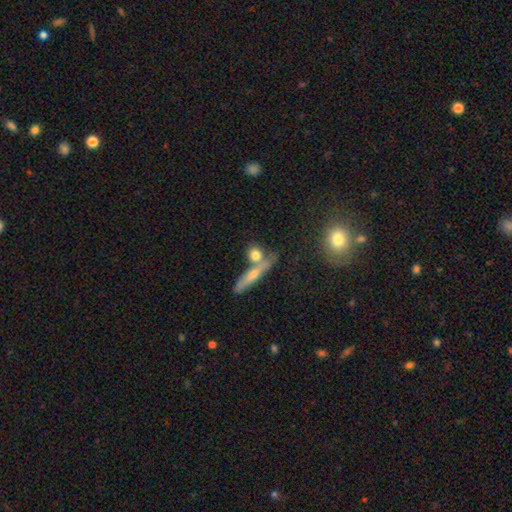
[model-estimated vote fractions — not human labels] The model was most divided on "merging": none: 55%, merger: 30%, minor disturbance: 10%, major disturbance: 5%. More confident: smooth or featured — smooth (68%); how rounded — round (57%).